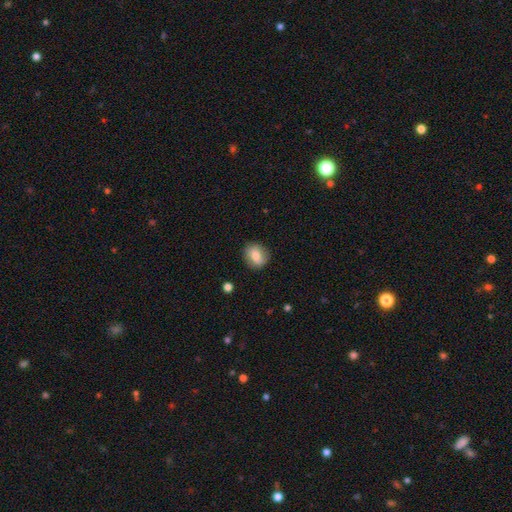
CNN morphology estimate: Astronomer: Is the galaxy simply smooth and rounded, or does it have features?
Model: smooth — 76%.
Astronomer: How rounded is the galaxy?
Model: round — 65%.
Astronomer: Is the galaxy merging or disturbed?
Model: none — 84%.